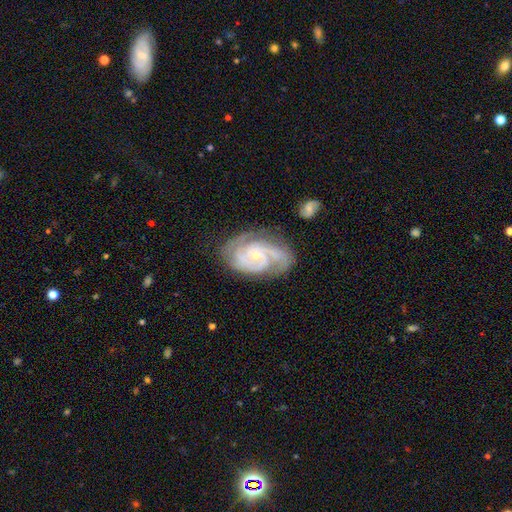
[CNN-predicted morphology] This appears to be a featured or disk galaxy (89%) with no bar (68%), 2 (44%) tight (60%) spiral arms (97%) and a small central bulge (74%). Merging: none (66%).